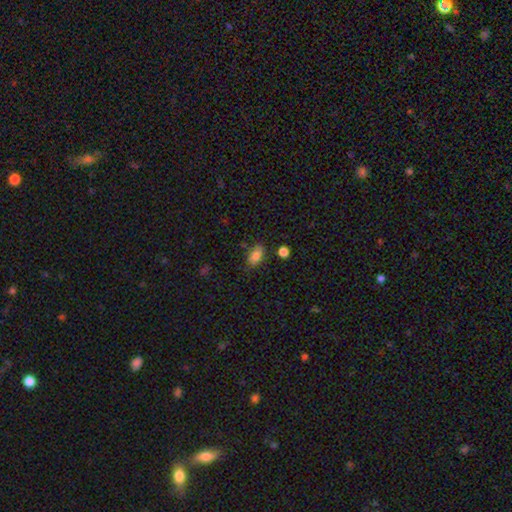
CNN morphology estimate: Smooth or featured? Predicted: smooth (p=0.83). How rounded? Predicted: in between (p=0.88). Merging? Predicted: none (p=0.78).